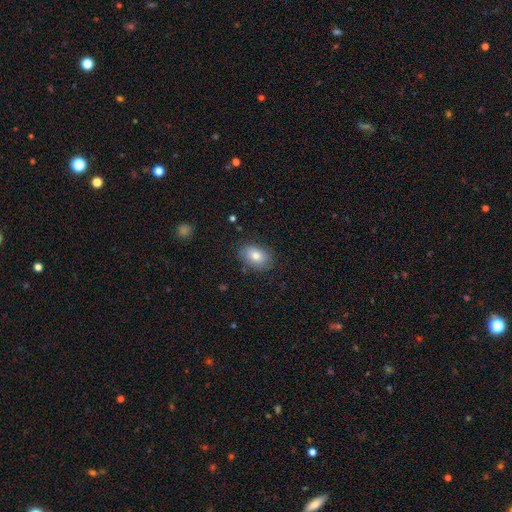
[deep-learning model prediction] smooth-or-featured: smooth: 78% | featured or disk: 13% | star or artifact: 9%
  how-rounded: in between: 77% | round: 22% | cigar-shaped: 1%
  merging: none: 80% | minor disturbance: 15% | major disturbance: 3% | merger: 2%